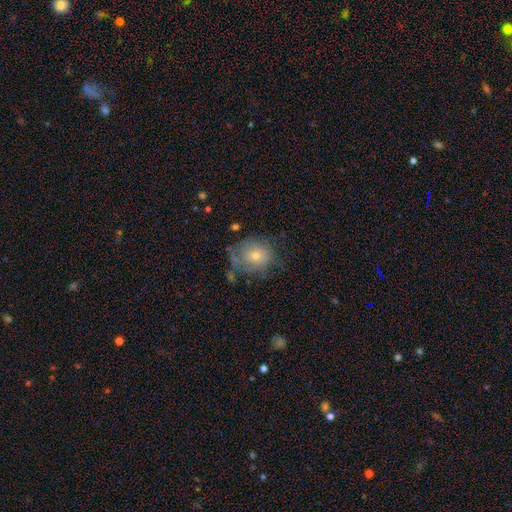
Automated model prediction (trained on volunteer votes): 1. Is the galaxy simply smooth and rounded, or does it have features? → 61% smooth, 30% featured or disk, 10% star or artifact.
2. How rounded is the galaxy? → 76% round, 23% in between, 1% cigar-shaped.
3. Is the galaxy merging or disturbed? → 49% none, 27% minor disturbance, 19% major disturbance, 4% merger.